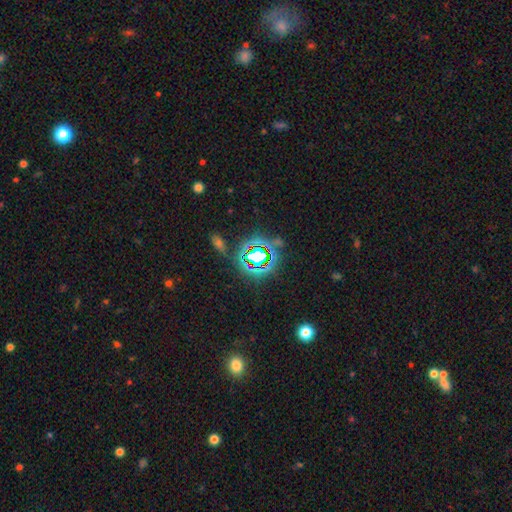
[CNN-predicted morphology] This appears to be a star or artifact, not a galaxy (71%).